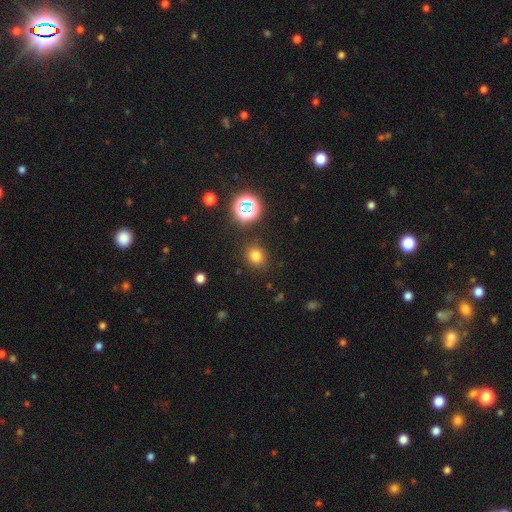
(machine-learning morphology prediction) Smooth or featured? smooth (76%)
How rounded? round (80%)
Merging? none (86%)